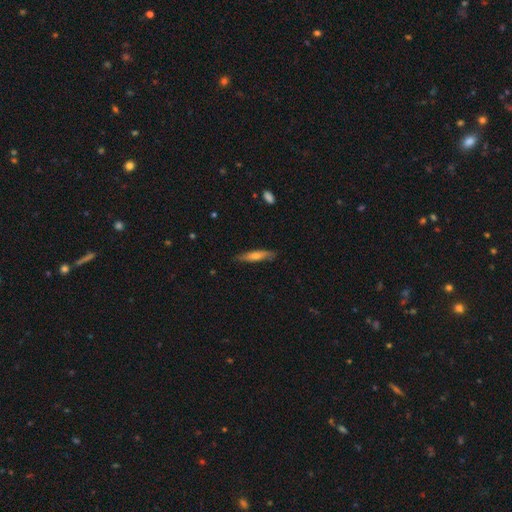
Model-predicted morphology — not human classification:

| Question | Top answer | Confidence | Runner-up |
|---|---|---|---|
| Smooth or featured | smooth | 49% | featured or disk (44%) |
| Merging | none | 84% | minor disturbance (13%) |